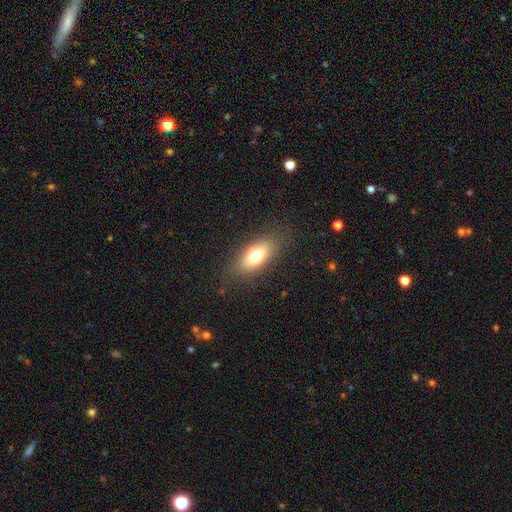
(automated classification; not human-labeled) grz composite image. It shows a smooth galaxy with no disk features (72%) that is in between round and cigar-shaped (80%). Merging: none (82%).